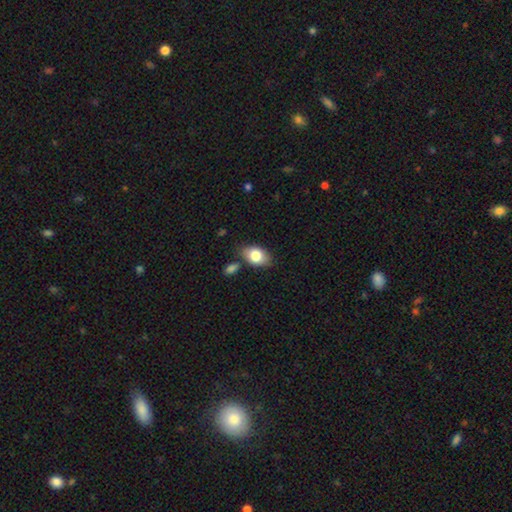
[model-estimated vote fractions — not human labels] Morphology: type=smooth (81%); roundness=in between (88%); merging=none (74%).